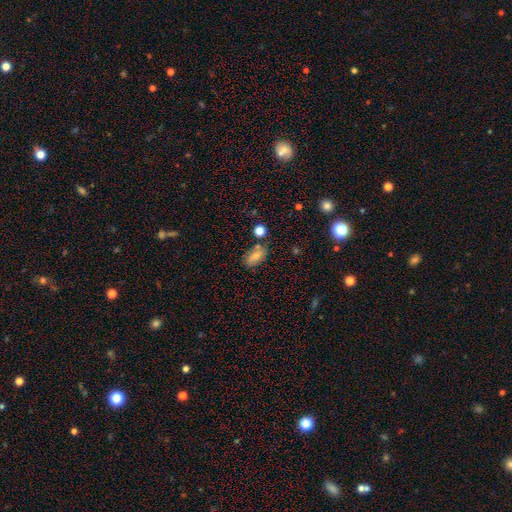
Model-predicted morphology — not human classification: Smooth or featured: smooth — 78% (featured or disk — 11%)
How rounded: in between — 89% (round — 7%)
Merging: none — 73% (minor disturbance — 16%)